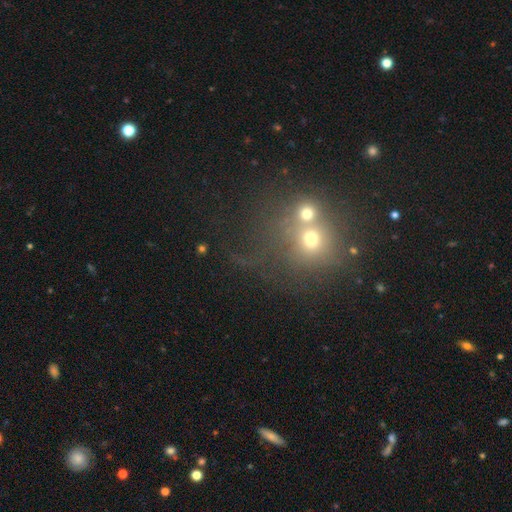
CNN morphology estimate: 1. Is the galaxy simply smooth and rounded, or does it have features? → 45% smooth, 40% star or artifact, 15% featured or disk.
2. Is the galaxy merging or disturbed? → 43% none, 41% merger, 9% minor disturbance, 7% major disturbance.